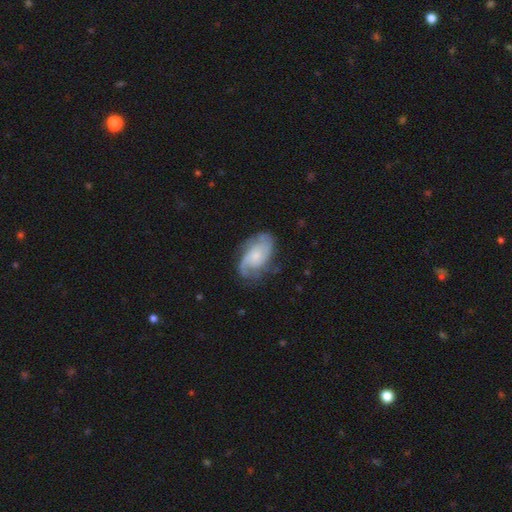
featured or disk 79%, smooth 18%, star or artifact 3%. Down the decision tree: edge-on disk — no (100%); bar — no (57%); spiral arms — yes (100%); spiral arm count — 2 (73%); spiral winding — medium (47%); bulge size — small (67%); merging — none (65%).